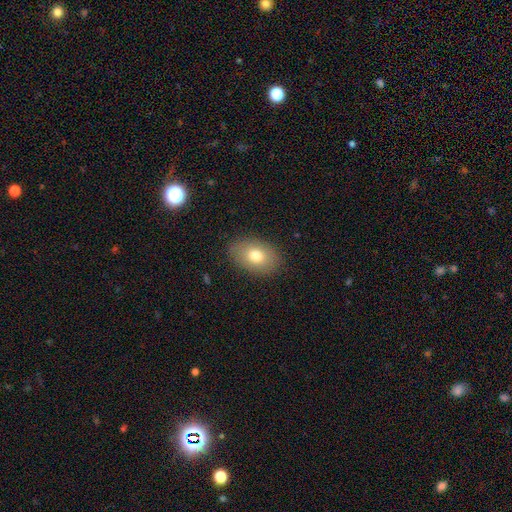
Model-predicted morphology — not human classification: smooth_or_featured: smooth (p=0.75) [alt: featured or disk p=0.16]
how_rounded: in between (p=0.85) [alt: round p=0.14]
merging: none (p=0.86) [alt: minor disturbance p=0.10]